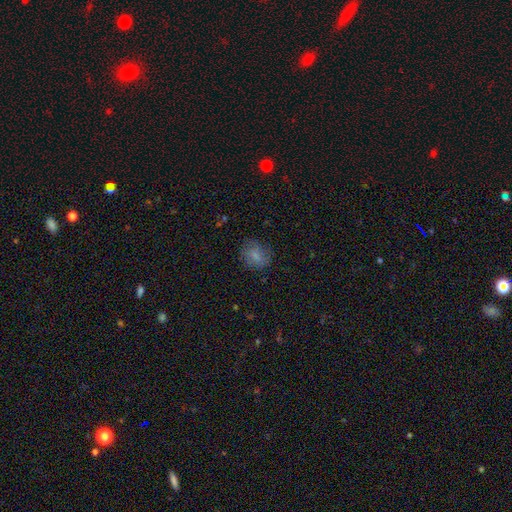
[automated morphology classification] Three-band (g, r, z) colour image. It shows a smooth galaxy with no disk features (75%) that is round (60%). Merging: none (72%).